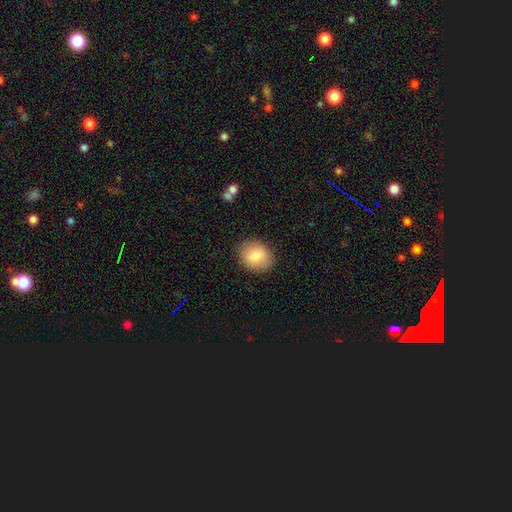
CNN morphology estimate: Overall: smooth (81%). How rounded: round (51%; in between 48%). Merging: none (87%).